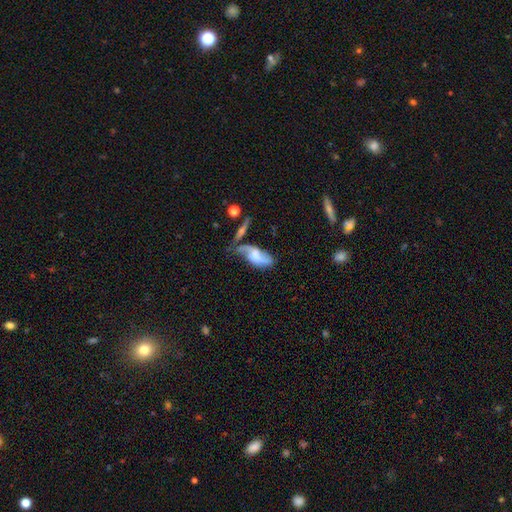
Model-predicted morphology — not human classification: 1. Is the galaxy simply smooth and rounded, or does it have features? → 58% featured or disk, 34% smooth, 8% star or artifact.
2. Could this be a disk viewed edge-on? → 87% no, 13% yes.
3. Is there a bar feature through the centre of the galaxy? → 53% no, 37% weak, 11% strong.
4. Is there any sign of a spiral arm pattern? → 83% yes, 17% no.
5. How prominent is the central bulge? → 36% moderate, 22% small, 20% none, 19% large, 3% dominant.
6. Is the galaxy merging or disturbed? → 39% none, 26% minor disturbance, 18% major disturbance, 17% merger.